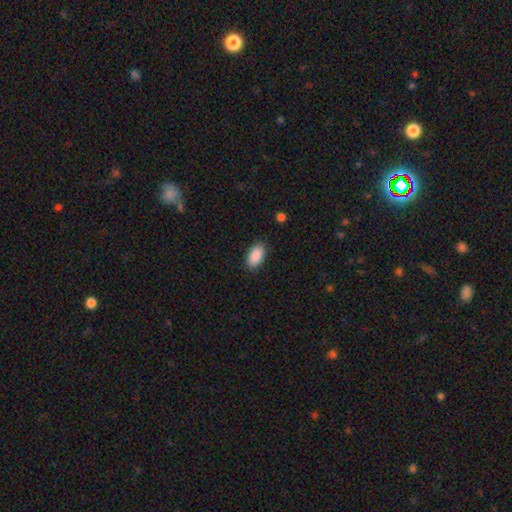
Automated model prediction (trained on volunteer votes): Morphology: type=smooth (90%); roundness=in between (94%); merging=none (88%).